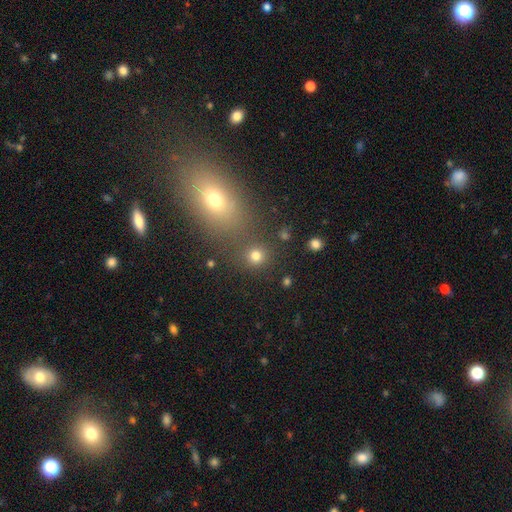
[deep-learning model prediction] smooth_or_featured: smooth (p=0.78) [alt: star or artifact p=0.16]
how_rounded: round (p=0.90) [alt: in between p=0.09]
merging: none (p=0.78) [alt: merger p=0.12]